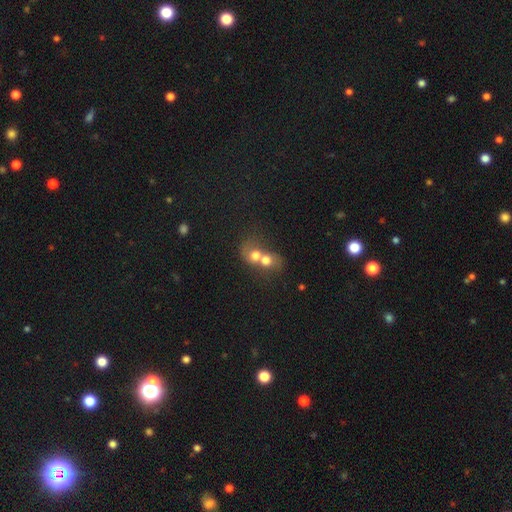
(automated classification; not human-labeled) Morphology: type=smooth (64%); roundness=round (63%); merging=merger (80%).